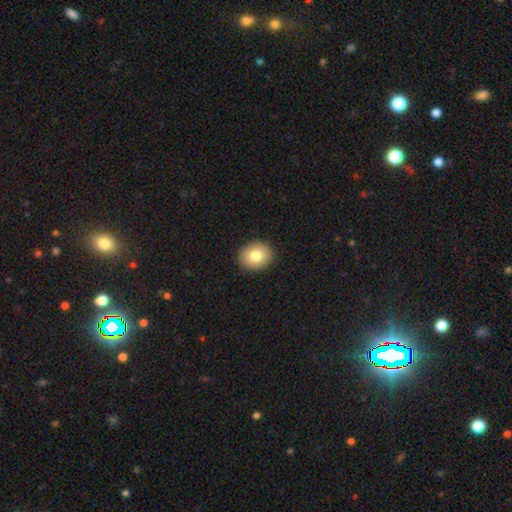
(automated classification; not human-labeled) Smooth or featured?
  - smooth: 80% *
  - featured or disk: 11%
  - star or artifact: 9%
How rounded?
  - round: 67% *
  - in between: 32%
  - cigar-shaped: 1%
Merging?
  - none: 92% *
  - minor disturbance: 5%
  - major disturbance: 2%
  - merger: 1%